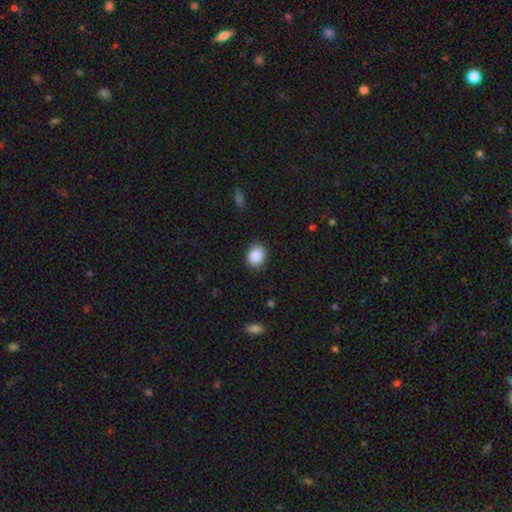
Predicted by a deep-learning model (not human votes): Q: Smooth or featured?
A: smooth (89%); runner-up: star or artifact (8%)
Q: How rounded?
A: round (54%); runner-up: in between (45%)
Q: Merging?
A: none (84%); runner-up: minor disturbance (12%)